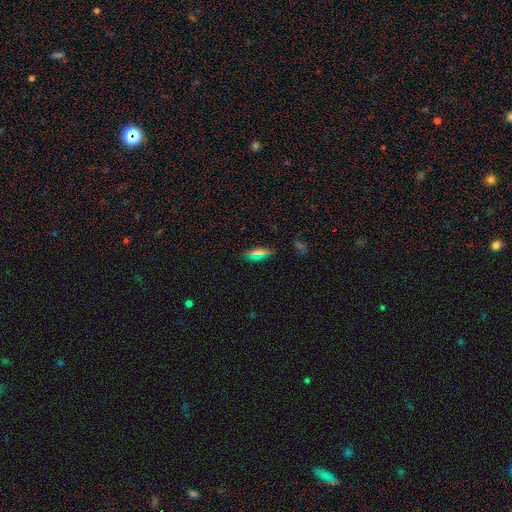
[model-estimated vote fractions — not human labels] This is likely a smooth galaxy (61%). How rounded: likely in between (65%). Merging: clearly none (84%).